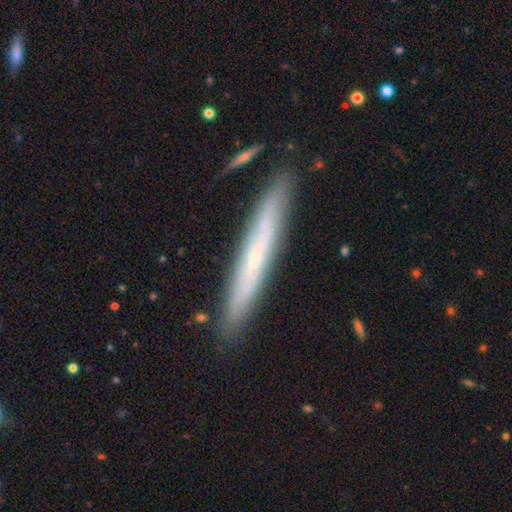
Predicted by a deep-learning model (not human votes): Overall: featured or disk (50%; smooth 42%). Edge-on disk: yes (88%). Merging: none (89%).